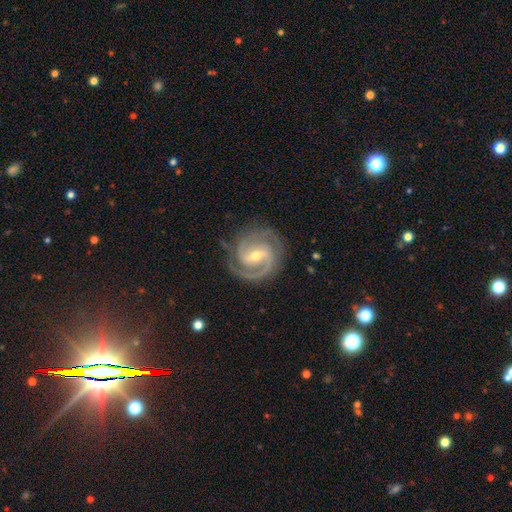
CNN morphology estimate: smooth-or-featured: featured or disk: 93% | star or artifact: 4% | smooth: 3%
  disk-edge-on: no: 98% | yes: 2%
    bar: weak: 44% | strong: 41% | no: 16%
    has-spiral-arms: yes: 99% | no: 1%
      spiral-winding: tight: 53% | medium: 42% | loose: 5%
      spiral-arm-count: 2: 78% | 3: 13% | can't tell: 3% | 1: 2% | 4: 2% | more than 4: 2%
    bulge-size: small: 51% | moderate: 46% | large: 1% | none: 1% | dominant: 1%
  merging: none: 82% | minor disturbance: 13% | major disturbance: 4% | merger: 1%